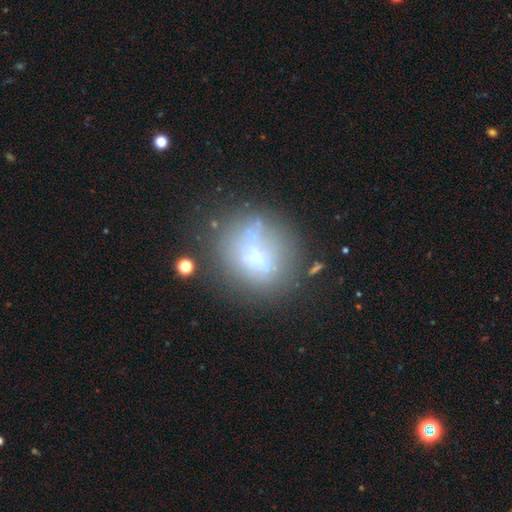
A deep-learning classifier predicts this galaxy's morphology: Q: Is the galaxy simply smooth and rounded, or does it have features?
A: smooth — 46%.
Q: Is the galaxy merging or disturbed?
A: none — 59%.